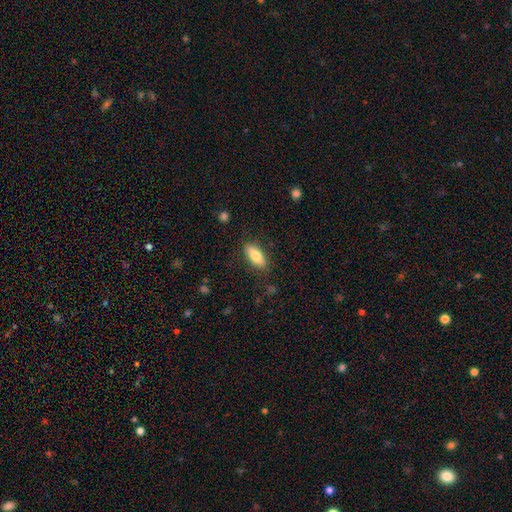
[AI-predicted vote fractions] Smooth or featured?
  - smooth: 80% *
  - featured or disk: 14%
  - star or artifact: 6%
How rounded?
  - in between: 75% *
  - cigar-shaped: 22%
  - round: 2%
Merging?
  - none: 85% *
  - minor disturbance: 11%
  - major disturbance: 3%
  - merger: 1%